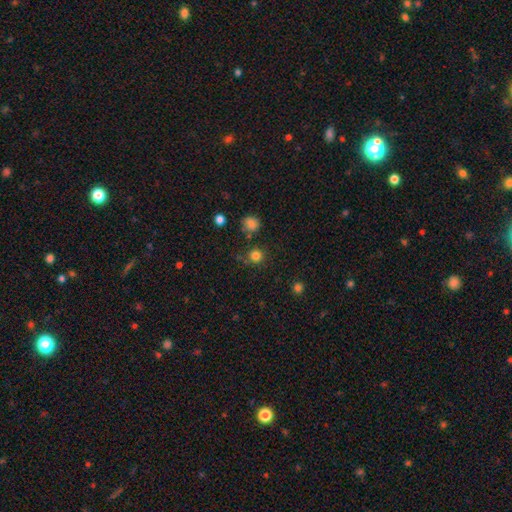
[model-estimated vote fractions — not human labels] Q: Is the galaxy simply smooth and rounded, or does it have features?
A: smooth — 81%.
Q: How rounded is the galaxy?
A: round — 93%.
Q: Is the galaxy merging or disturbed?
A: none — 81%.